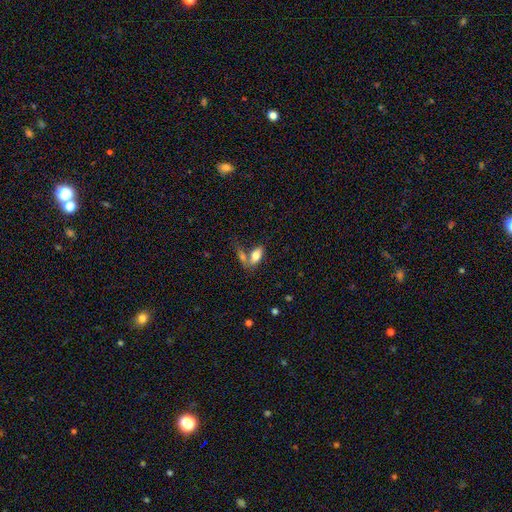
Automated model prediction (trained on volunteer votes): This is likely a smooth galaxy (73%). How rounded: clearly in between (84%). Merging: marginally none (41%).